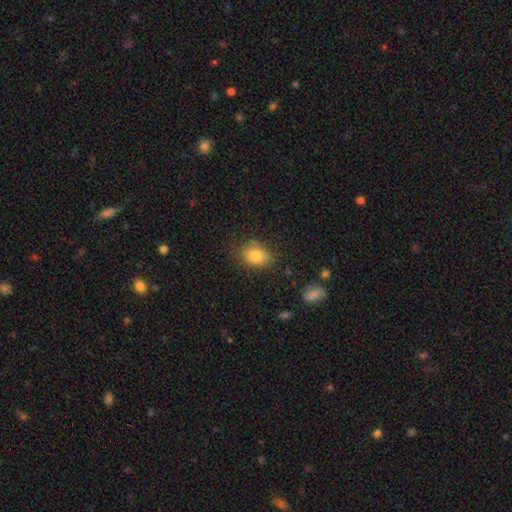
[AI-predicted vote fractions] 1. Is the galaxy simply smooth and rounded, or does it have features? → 81% smooth, 10% star or artifact, 9% featured or disk.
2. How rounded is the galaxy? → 59% in between, 40% round, 1% cigar-shaped.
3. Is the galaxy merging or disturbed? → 65% none, 25% minor disturbance, 7% major disturbance, 3% merger.